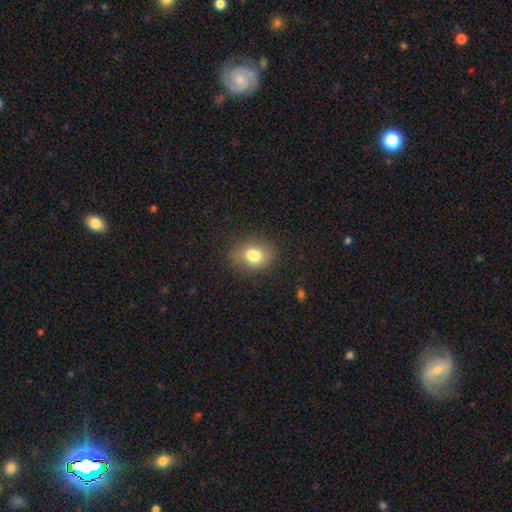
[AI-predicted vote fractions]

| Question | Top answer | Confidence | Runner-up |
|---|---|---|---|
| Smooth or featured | smooth | 80% | star or artifact (10%) |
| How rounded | in between | 53% | round (46%) |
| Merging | none | 74% | minor disturbance (18%) |